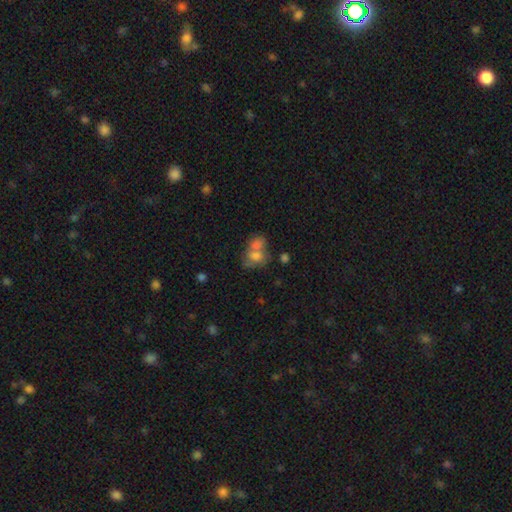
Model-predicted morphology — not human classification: Q: Smooth or featured?
A: smooth (66%); runner-up: featured or disk (24%)
Q: How rounded?
A: in between (67%); runner-up: round (32%)
Q: Merging?
A: merger (56%); runner-up: none (23%)